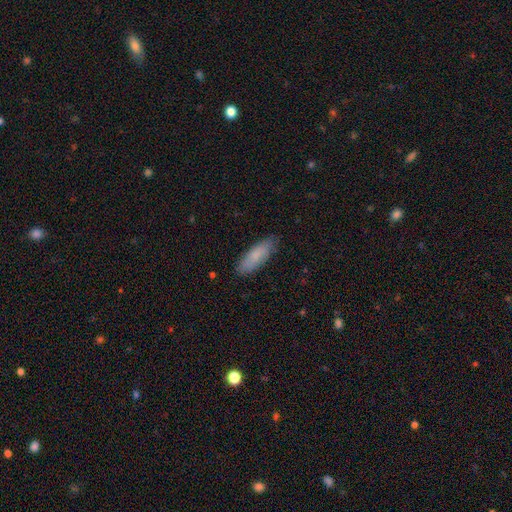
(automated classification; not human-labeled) This appears to be a smooth galaxy with no disk features (83%) that is in between round and cigar-shaped (55%). Merging: none (86%).